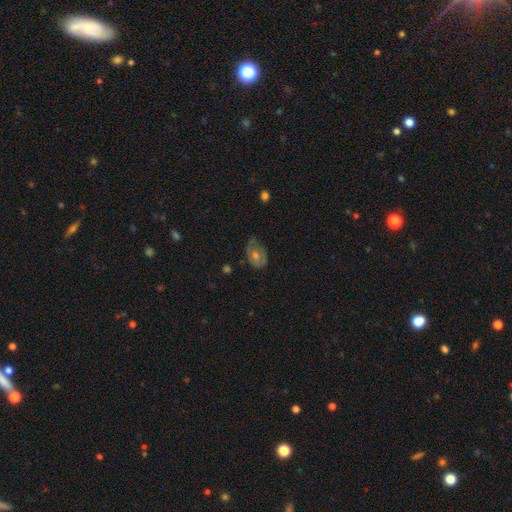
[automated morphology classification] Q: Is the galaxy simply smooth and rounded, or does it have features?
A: featured or disk — 49%.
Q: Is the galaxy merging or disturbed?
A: none — 60%.